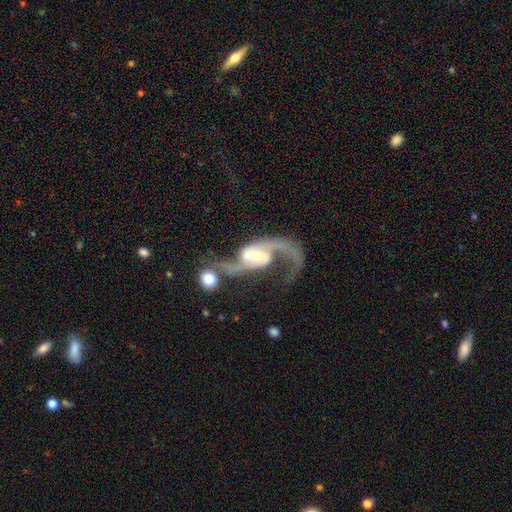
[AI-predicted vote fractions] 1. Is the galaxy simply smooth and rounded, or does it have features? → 90% featured or disk, 5% smooth, 5% star or artifact.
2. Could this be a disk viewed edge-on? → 97% no, 3% yes.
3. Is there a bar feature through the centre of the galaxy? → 44% weak, 33% strong, 23% no.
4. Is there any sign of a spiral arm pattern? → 97% yes, 3% no.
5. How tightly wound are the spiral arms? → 71% loose, 24% medium, 5% tight.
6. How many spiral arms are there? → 88% 2, 6% 1, 2% can't tell, 1% 3, 1% 4, 1% more than 4.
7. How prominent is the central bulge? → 48% moderate, 40% small, 8% large, 3% none, 2% dominant.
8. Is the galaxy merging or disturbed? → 36% none, 28% merger, 24% major disturbance, 13% minor disturbance.